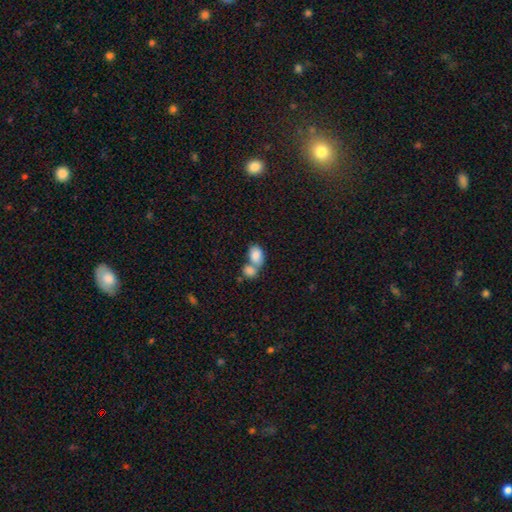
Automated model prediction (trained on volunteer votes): Smooth or featured: smooth — 84% (featured or disk — 9%)
How rounded: in between — 79% (round — 20%)
Merging: merger — 67% (none — 22%)